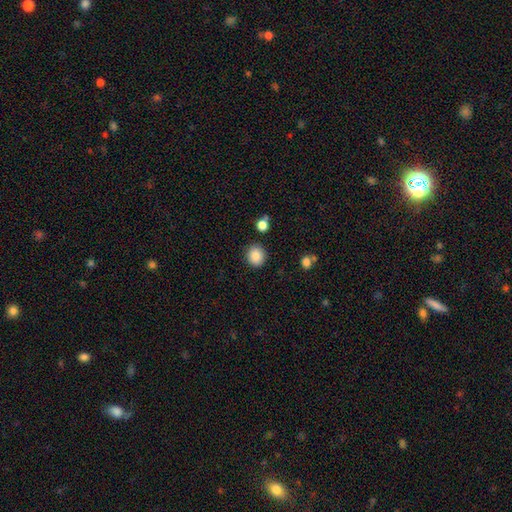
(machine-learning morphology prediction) A smooth galaxy with no disk features (87%) that is round (80%).

Vote fractions:
- Smooth or featured? smooth: 87% / star or artifact: 9% / featured or disk: 4%
- How rounded? round: 80% / in between: 19% / cigar-shaped: 1%
- Merging? none: 88% / minor disturbance: 7% / merger: 3% / major disturbance: 2%